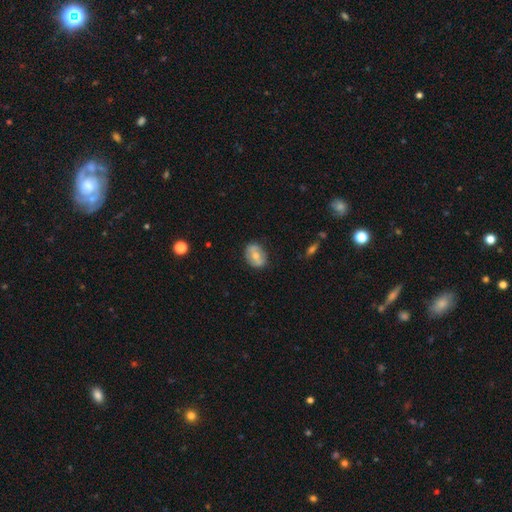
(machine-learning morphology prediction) This is possibly a smooth galaxy (49%). Merging: clearly none (81%).